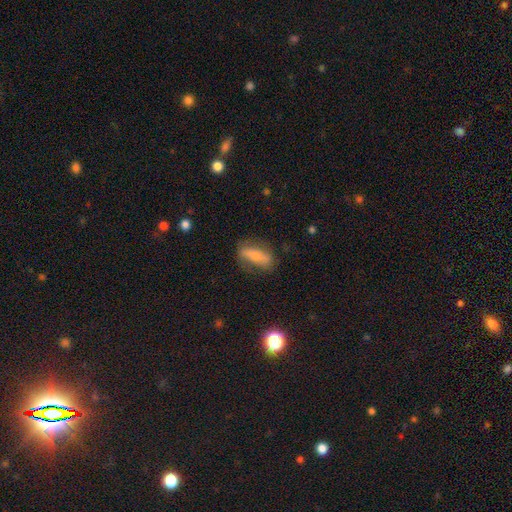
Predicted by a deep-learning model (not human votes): Smooth or featured?
  - smooth: 63% *
  - featured or disk: 29%
  - star or artifact: 8%
How rounded?
  - in between: 57% *
  - cigar-shaped: 39%
  - round: 4%
Merging?
  - none: 71% *
  - minor disturbance: 19%
  - major disturbance: 8%
  - merger: 2%